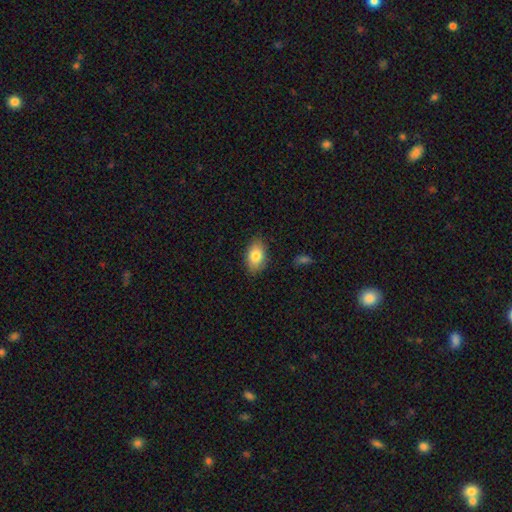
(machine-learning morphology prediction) This is clearly a smooth galaxy (81%). How rounded: clearly in between (90%). Merging: clearly none (84%).